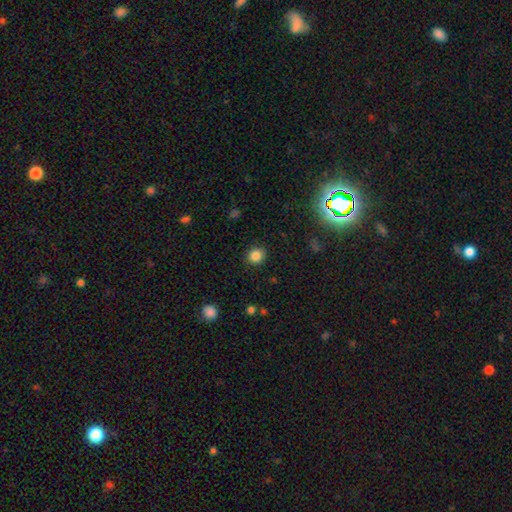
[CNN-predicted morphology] A smooth galaxy with no disk features (83%) that is round (82%).

Vote fractions:
- Smooth or featured? smooth: 83% / star or artifact: 12% / featured or disk: 4%
- How rounded? round: 82% / in between: 17% / cigar-shaped: 1%
- Merging? none: 90% / minor disturbance: 7% / major disturbance: 2% / merger: 1%